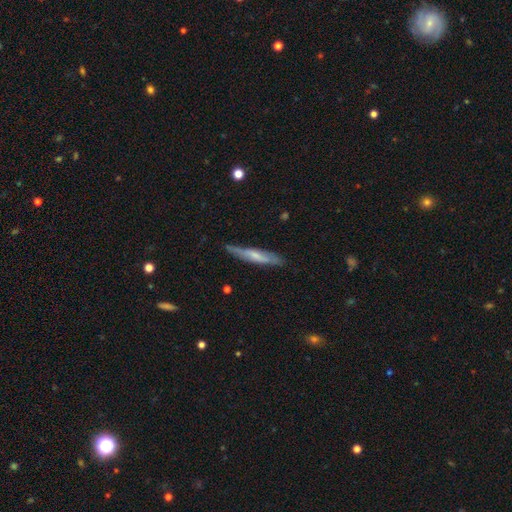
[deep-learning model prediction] Q: Smooth or featured?
A: featured or disk (51%); runner-up: smooth (44%)
Q: Edge-on disk?
A: yes (80%); runner-up: no (20%)
Q: Merging?
A: none (78%); runner-up: minor disturbance (17%)